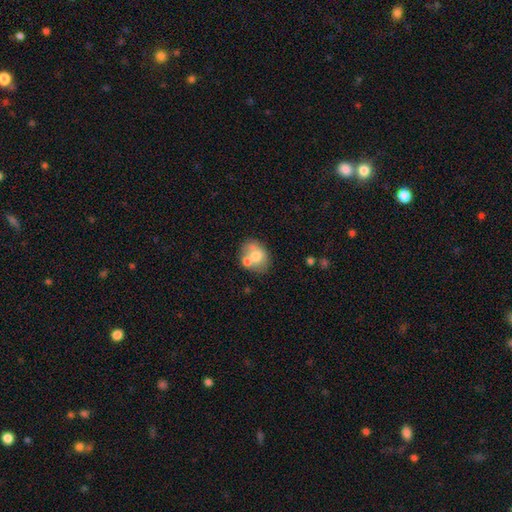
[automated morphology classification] type=smooth (66%); roundness=in between (57%); merging=none (49%).